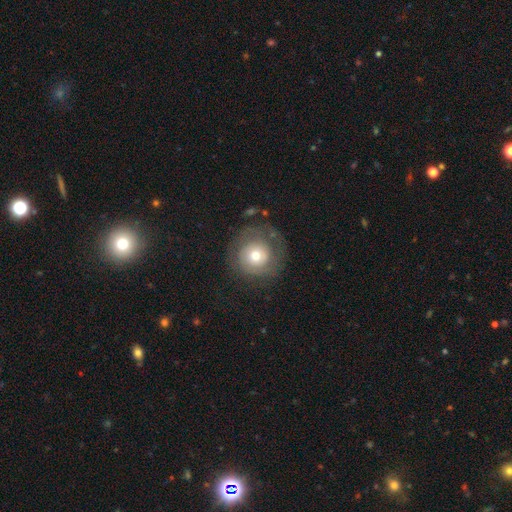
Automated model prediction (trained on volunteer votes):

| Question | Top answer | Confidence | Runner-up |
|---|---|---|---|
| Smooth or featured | smooth | 55% | featured or disk (36%) |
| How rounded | round | 93% | in between (6%) |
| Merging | none | 68% | minor disturbance (17%) |